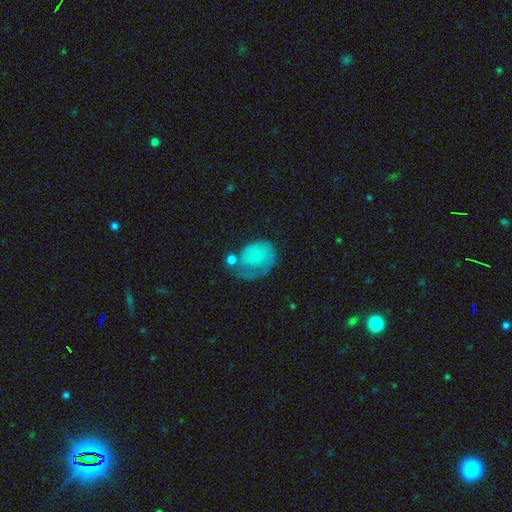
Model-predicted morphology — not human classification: Overall: smooth (47%; featured or disk 46%). Merging: none (34%; major disturbance 27%).